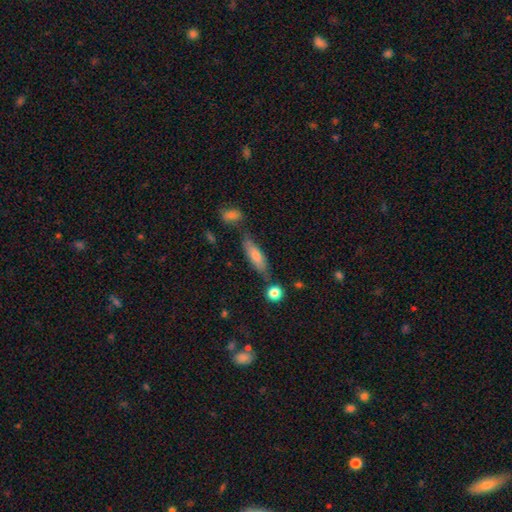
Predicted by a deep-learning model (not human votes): Smooth or featured?
  - smooth: 74% *
  - featured or disk: 19%
  - star or artifact: 7%
How rounded?
  - cigar-shaped: 55% *
  - in between: 42%
  - round: 3%
Merging?
  - none: 63% *
  - minor disturbance: 20%
  - merger: 10%
  - major disturbance: 6%